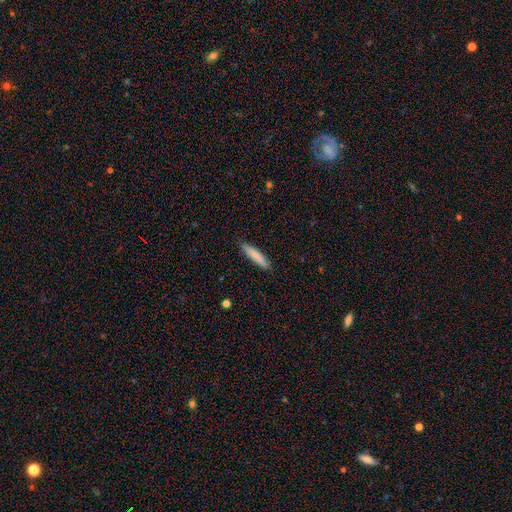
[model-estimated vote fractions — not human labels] Smooth or featured? smooth (84%)
How rounded? cigar-shaped (87%)
Merging? none (88%)